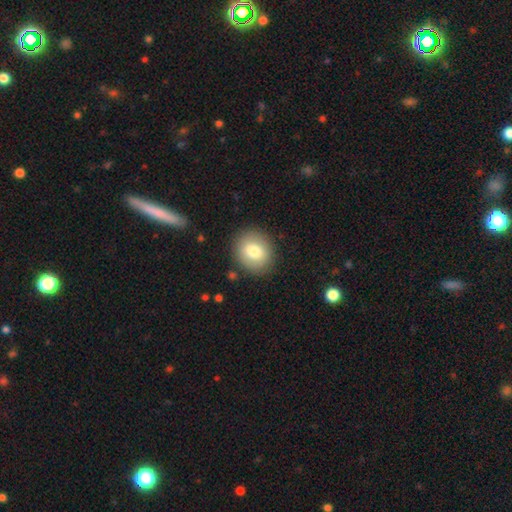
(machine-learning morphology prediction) A smooth galaxy with no disk features (76%) that is round (77%).

Vote fractions:
- Smooth or featured? smooth: 76% / featured or disk: 14% / star or artifact: 11%
- How rounded? round: 77% / in between: 21% / cigar-shaped: 2%
- Merging? none: 89% / minor disturbance: 7% / major disturbance: 2% / merger: 2%